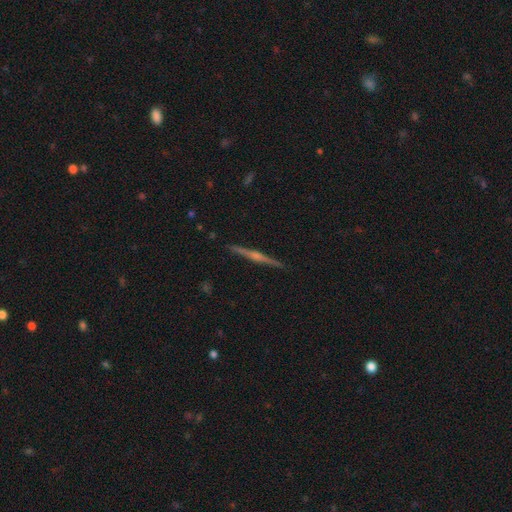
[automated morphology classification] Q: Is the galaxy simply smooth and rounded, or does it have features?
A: featured or disk — 81%.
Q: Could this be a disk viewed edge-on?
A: yes — 99%.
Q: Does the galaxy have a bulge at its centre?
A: rounded — 78%.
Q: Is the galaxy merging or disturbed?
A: none — 93%.